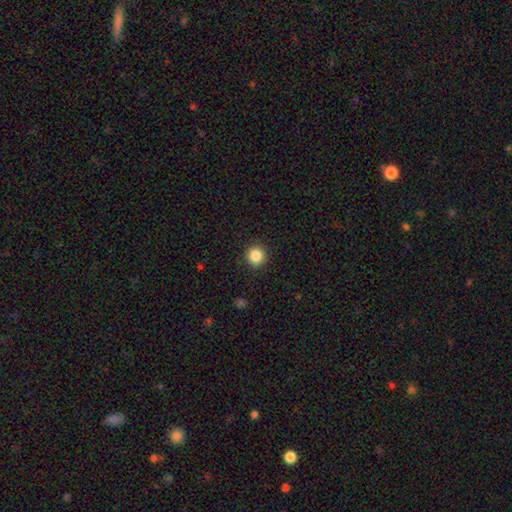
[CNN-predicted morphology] Smooth or featured? Predicted: smooth (p=0.86). How rounded? Predicted: round (p=0.94). Merging? Predicted: none (p=0.91).